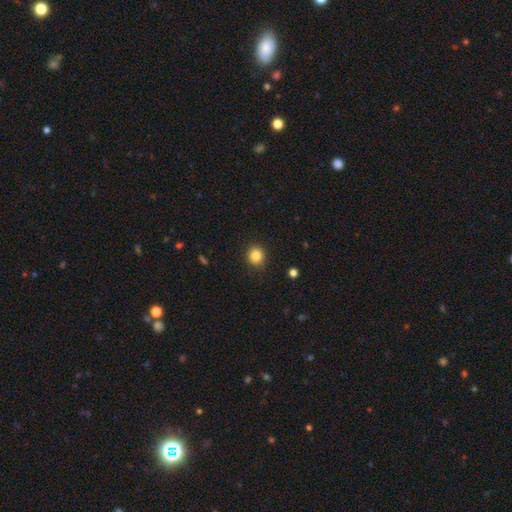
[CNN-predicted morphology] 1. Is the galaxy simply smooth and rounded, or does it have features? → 85% smooth, 11% star or artifact, 4% featured or disk.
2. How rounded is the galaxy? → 83% round, 16% in between, 1% cigar-shaped.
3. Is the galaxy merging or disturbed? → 90% none, 7% minor disturbance, 2% major disturbance, 1% merger.